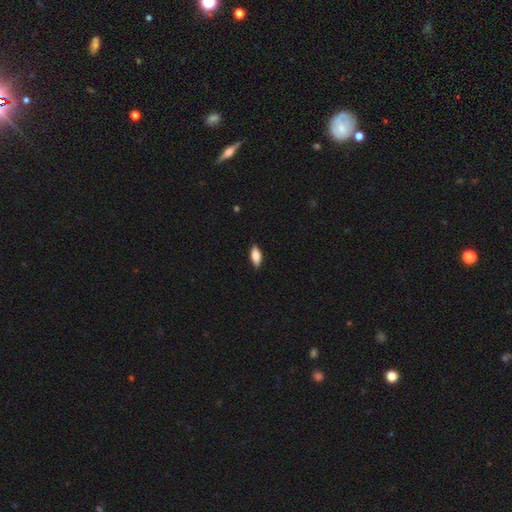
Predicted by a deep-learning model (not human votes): smooth 84%, featured or disk 10%, star or artifact 6%. Down the decision tree: how rounded — in between (83%); merging — none (86%).